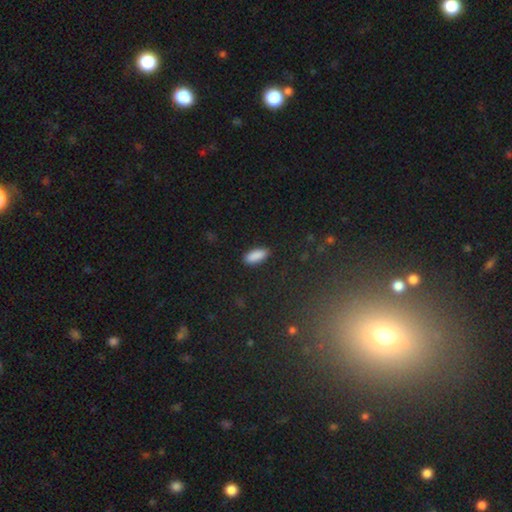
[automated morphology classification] Smooth or featured? smooth (89%)
How rounded? in between (82%)
Merging? none (88%)